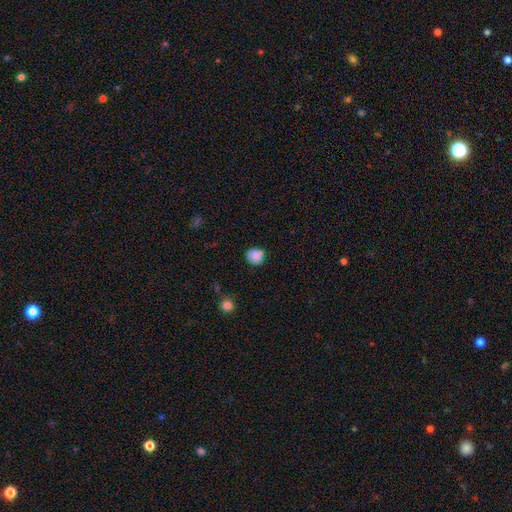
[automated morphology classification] Overall: smooth (85%). How rounded: round (81%). Merging: none (73%).